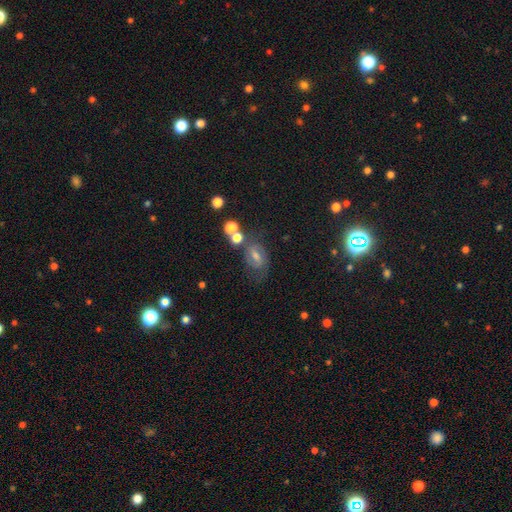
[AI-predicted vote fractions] This appears to be a featured or disk galaxy (47%). Merging: none (57%).